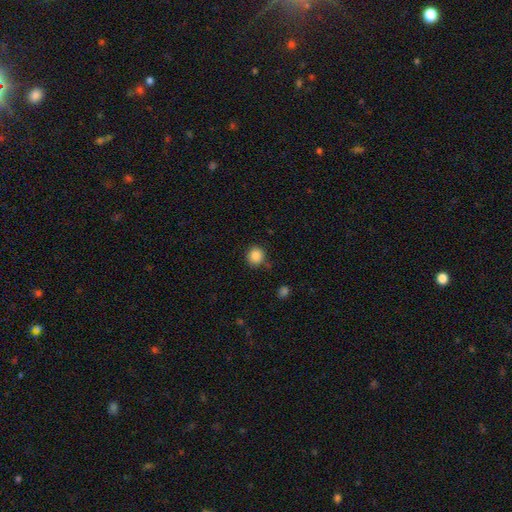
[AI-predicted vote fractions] smooth 87%, star or artifact 10%, featured or disk 3%. Down the decision tree: how rounded — round (88%); merging — none (81%).